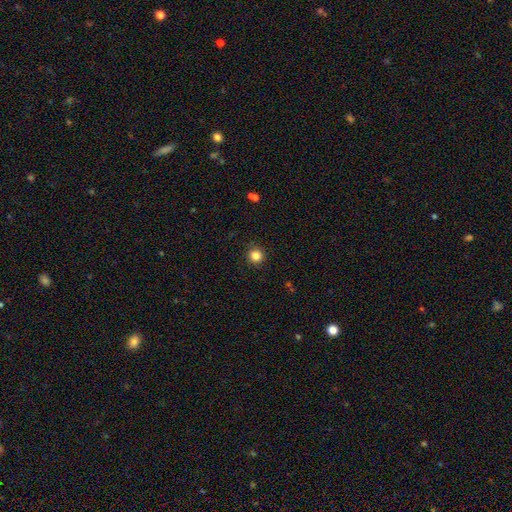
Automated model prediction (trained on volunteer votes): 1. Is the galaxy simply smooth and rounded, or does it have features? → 84% smooth, 12% star or artifact, 4% featured or disk.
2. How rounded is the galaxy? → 95% round, 4% in between, 1% cigar-shaped.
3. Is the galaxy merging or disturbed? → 91% none, 6% minor disturbance, 2% major disturbance, 1% merger.